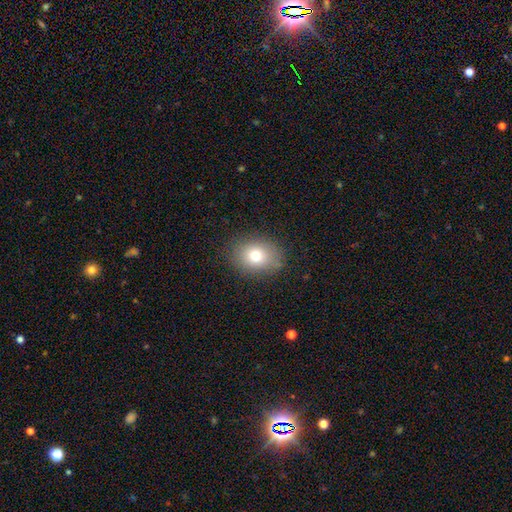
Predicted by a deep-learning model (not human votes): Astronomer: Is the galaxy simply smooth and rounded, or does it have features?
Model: smooth — 74%.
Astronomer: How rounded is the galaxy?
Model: in between — 51% (runner-up: round, 48%).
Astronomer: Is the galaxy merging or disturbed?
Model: none — 85%.